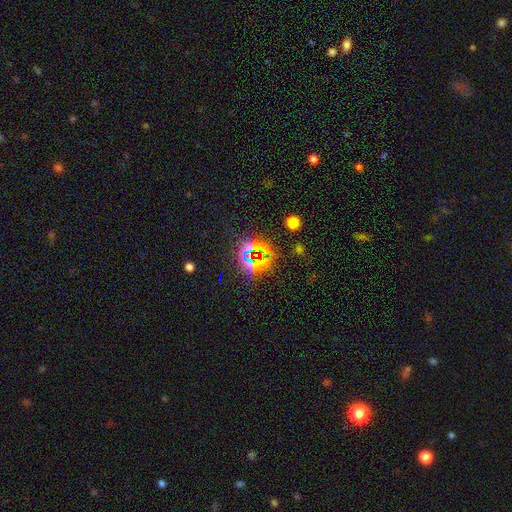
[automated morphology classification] smooth-or-featured: star or artifact: 76% | smooth: 15% | featured or disk: 9%